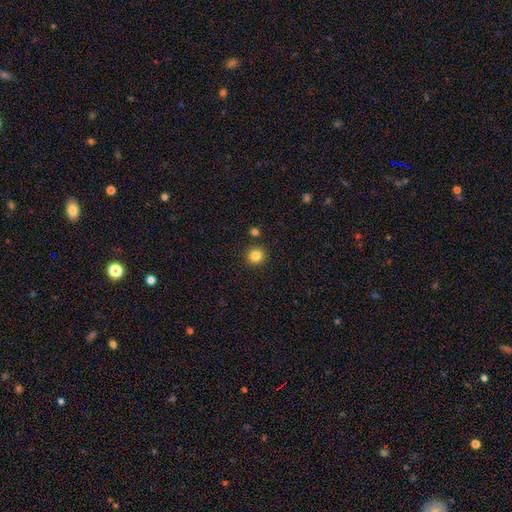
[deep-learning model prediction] This is clearly a smooth galaxy (83%). How rounded: clearly round (91%). Merging: clearly none (88%).